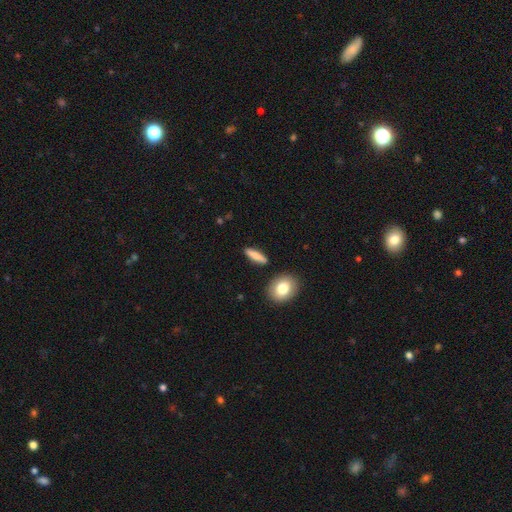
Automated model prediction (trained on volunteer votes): A smooth galaxy with no disk features (74%) that is cigar-shaped (68%).

Vote fractions:
- Smooth or featured? smooth: 74% / featured or disk: 19% / star or artifact: 6%
- How rounded? cigar-shaped: 68% / in between: 26% / round: 5%
- Merging? none: 87% / minor disturbance: 8% / merger: 3% / major disturbance: 2%